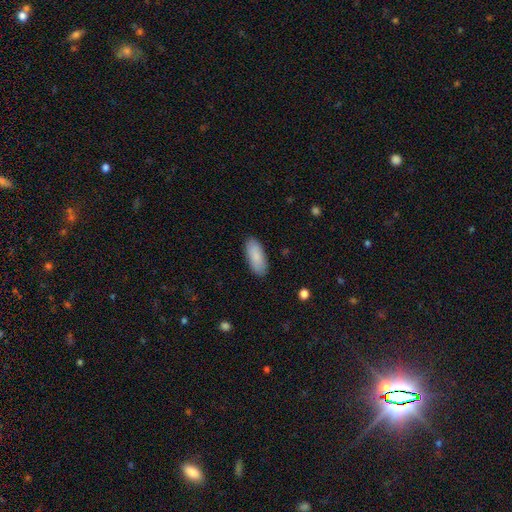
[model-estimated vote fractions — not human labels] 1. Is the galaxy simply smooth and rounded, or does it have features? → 88% smooth, 7% featured or disk, 5% star or artifact.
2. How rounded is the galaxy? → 83% in between, 15% cigar-shaped, 2% round.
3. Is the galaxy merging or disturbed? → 88% none, 9% minor disturbance, 2% major disturbance, 1% merger.